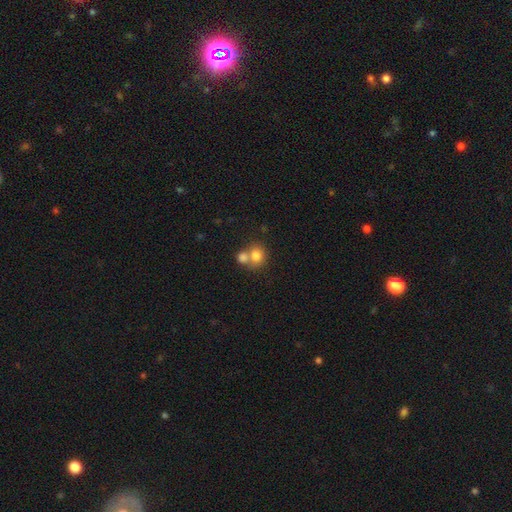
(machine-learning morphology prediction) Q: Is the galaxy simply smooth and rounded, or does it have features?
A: smooth — 79%.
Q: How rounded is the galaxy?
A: round — 74%.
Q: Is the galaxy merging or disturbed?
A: merger — 50%.